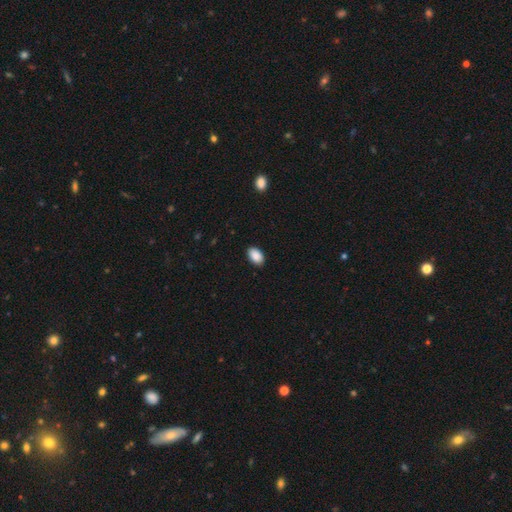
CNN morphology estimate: A smooth galaxy with no disk features (90%) that is in between round and cigar-shaped (90%). Merging: none (89%).